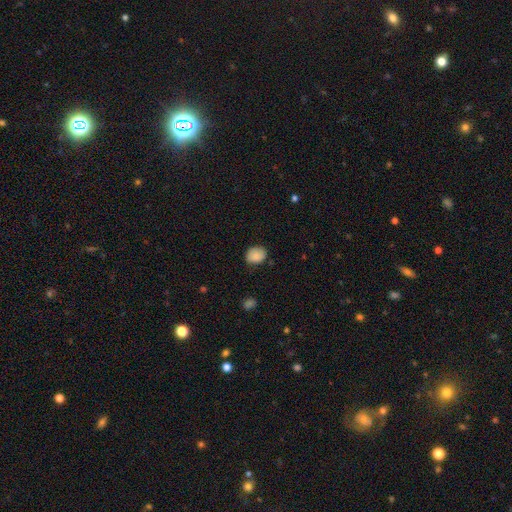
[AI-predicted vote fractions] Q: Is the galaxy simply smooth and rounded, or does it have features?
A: smooth — 86%.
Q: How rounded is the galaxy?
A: in between — 51%.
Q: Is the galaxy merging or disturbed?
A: none — 77%.